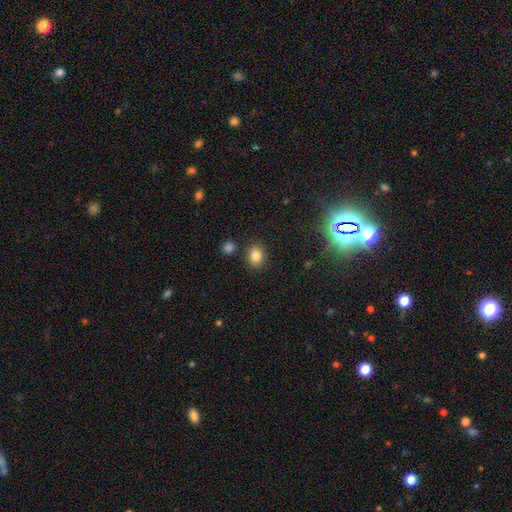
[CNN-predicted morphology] A smooth galaxy with no disk features (83%) that is in between round and cigar-shaped (56%). Merging: none (84%).